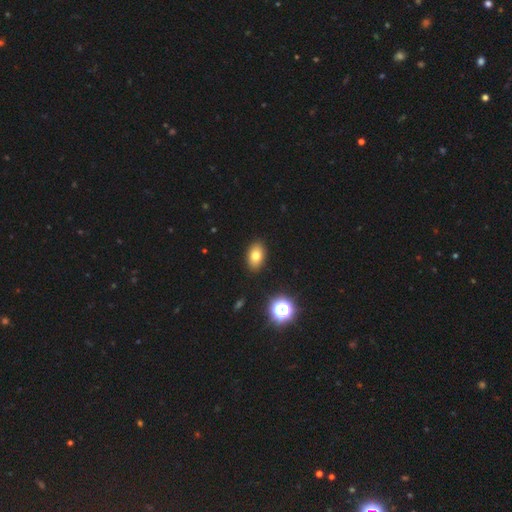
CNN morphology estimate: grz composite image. It shows a smooth galaxy with no disk features (76%) that is in between round and cigar-shaped (86%). Merging: none (90%).